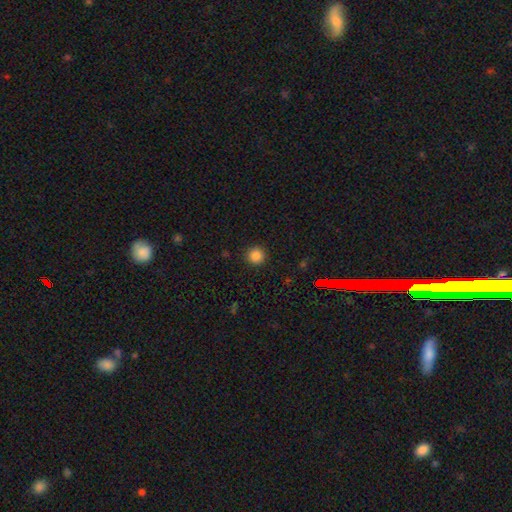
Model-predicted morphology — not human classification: smooth-or-featured: smooth: 84% | star or artifact: 13% | featured or disk: 3%
  how-rounded: round: 95% | in between: 4% | cigar-shaped: 1%
  merging: none: 91% | minor disturbance: 6% | major disturbance: 2% | merger: 1%